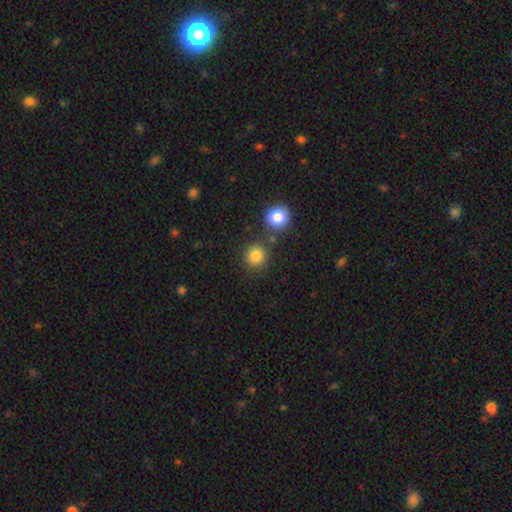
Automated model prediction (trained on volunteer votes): Smooth or featured? Predicted: smooth (p=0.83). How rounded? Predicted: round (p=0.92). Merging? Predicted: none (p=0.81).